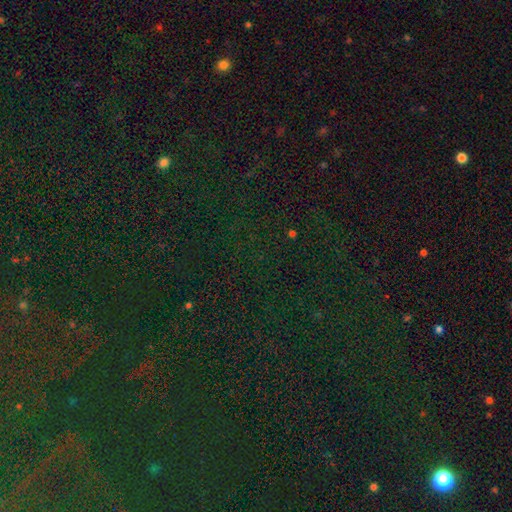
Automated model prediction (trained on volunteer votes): Smooth or featured? star or artifact (82%)